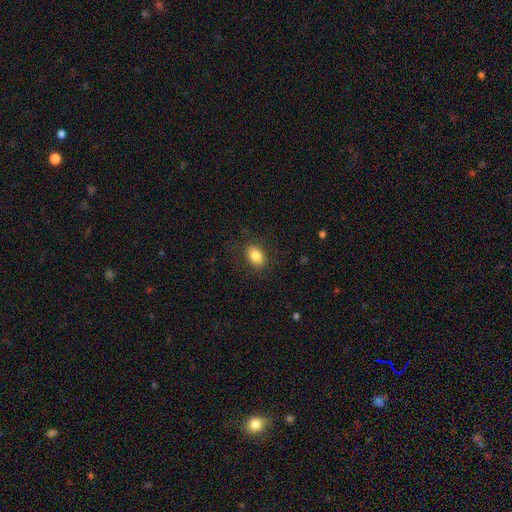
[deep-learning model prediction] Smooth or featured? Predicted: smooth (p=0.84). How rounded? Predicted: in between (p=0.77). Merging? Predicted: none (p=0.84).